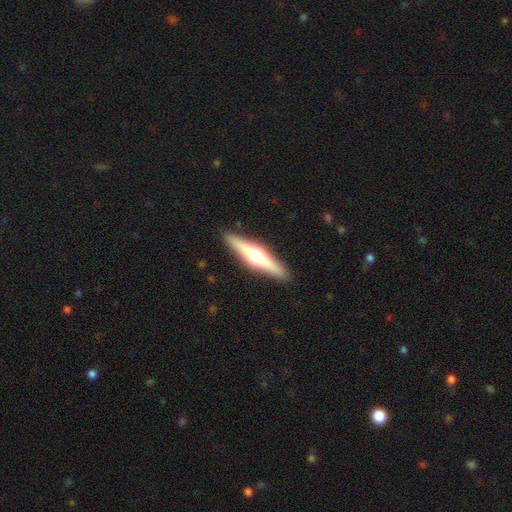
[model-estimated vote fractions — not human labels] smooth_or_featured: featured or disk (p=0.60) [alt: smooth p=0.35]
disk_edge_on: yes (p=0.95) [alt: no p=0.05]
edge_on_bulge: rounded (p=0.92) [alt: boxy p=0.04]
merging: none (p=0.90) [alt: minor disturbance p=0.07]